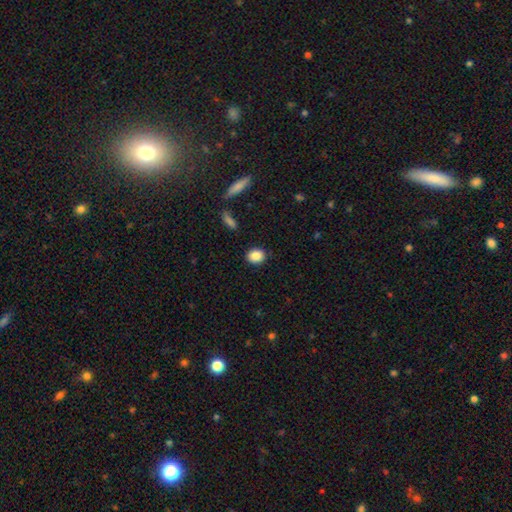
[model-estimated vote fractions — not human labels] The model was most divided on "how rounded": round: 58%, in between: 40%, cigar-shaped: 2%. More confident: merging — none (89%); smooth or featured — smooth (87%).